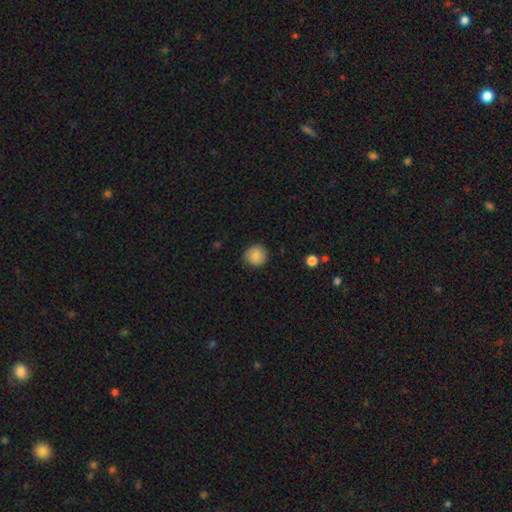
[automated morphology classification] smooth_or_featured: smooth (p=0.85) [alt: star or artifact p=0.08]
how_rounded: round (p=0.90) [alt: in between p=0.09]
merging: none (p=0.85) [alt: minor disturbance p=0.12]